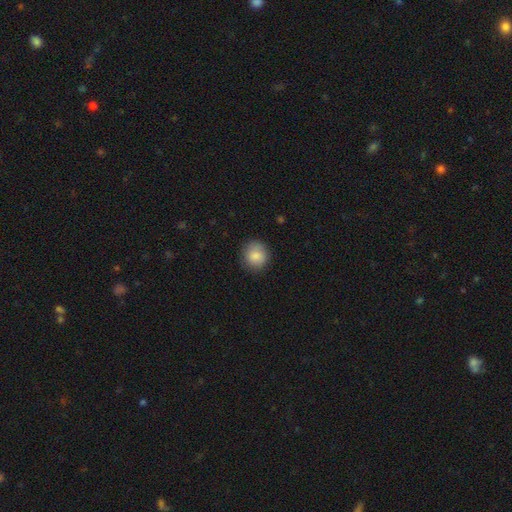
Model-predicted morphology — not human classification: smooth-or-featured: smooth: 86% | star or artifact: 8% | featured or disk: 6%
  how-rounded: round: 88% | in between: 11% | cigar-shaped: 1%
  merging: none: 85% | minor disturbance: 11% | major disturbance: 3% | merger: 1%